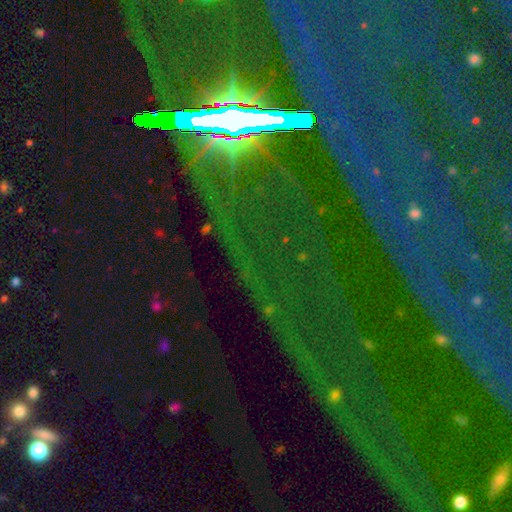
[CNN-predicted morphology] Overall: star or artifact (79%).